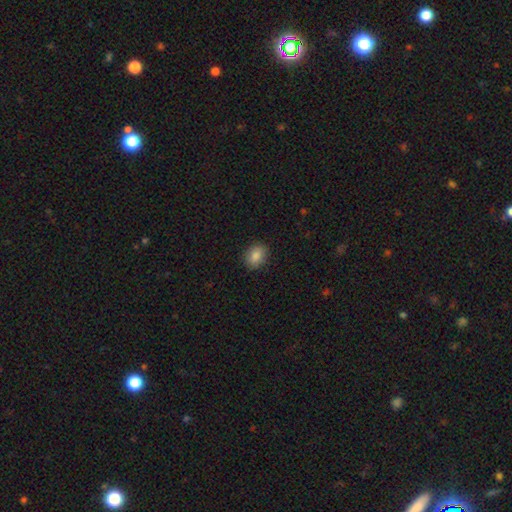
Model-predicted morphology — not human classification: This appears to be a smooth galaxy with no disk features (86%) that is in between round and cigar-shaped (57%). Merging: none (88%).